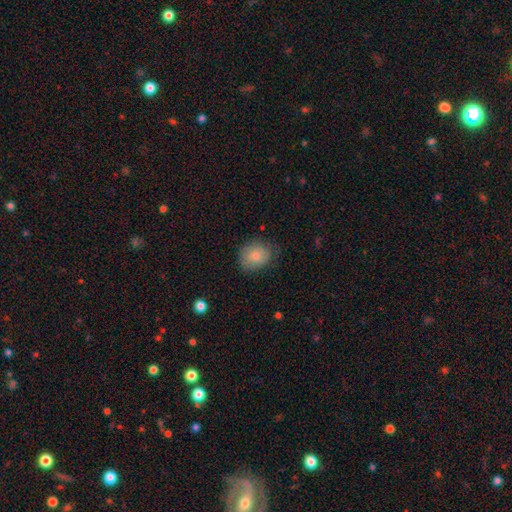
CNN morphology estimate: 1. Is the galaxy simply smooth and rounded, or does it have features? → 81% smooth, 11% featured or disk, 7% star or artifact.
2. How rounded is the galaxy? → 57% round, 43% in between, 1% cigar-shaped.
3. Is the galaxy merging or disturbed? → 70% none, 23% minor disturbance, 6% major disturbance, 1% merger.